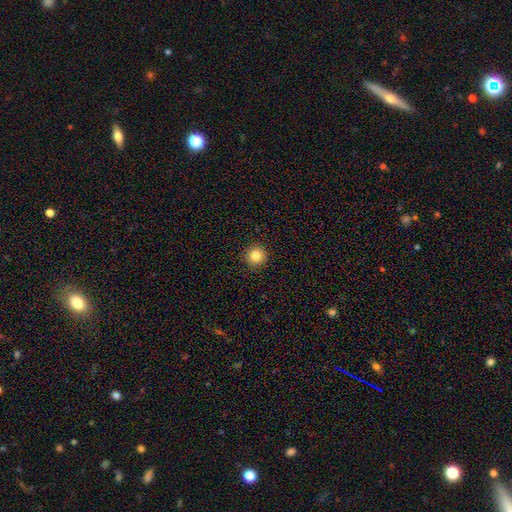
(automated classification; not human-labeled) Smooth or featured?
  - smooth: 84% *
  - star or artifact: 11%
  - featured or disk: 6%
How rounded?
  - round: 95% *
  - in between: 4%
  - cigar-shaped: 1%
Merging?
  - none: 92% *
  - minor disturbance: 6%
  - major disturbance: 2%
  - merger: 1%